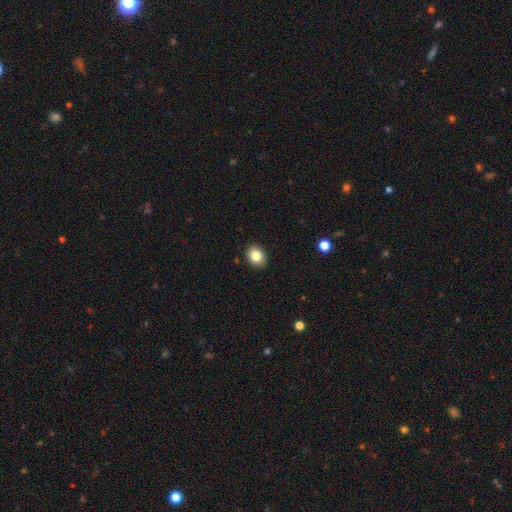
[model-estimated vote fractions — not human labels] The model was most divided on "how rounded": in between: 55%, round: 44%, cigar-shaped: 1%. More confident: merging — none (90%); smooth or featured — smooth (84%).